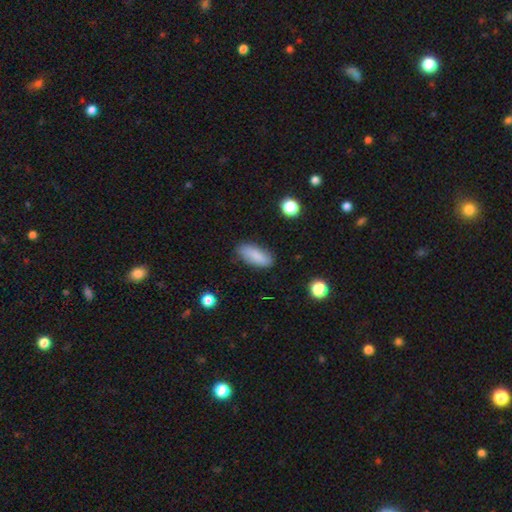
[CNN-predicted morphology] A smooth galaxy with no disk features (82%) that is in between round and cigar-shaped (75%).

Vote fractions:
- Smooth or featured? smooth: 82% / featured or disk: 11% / star or artifact: 7%
- How rounded? in between: 75% / cigar-shaped: 22% / round: 2%
- Merging? none: 80% / minor disturbance: 16% / major disturbance: 3% / merger: 2%